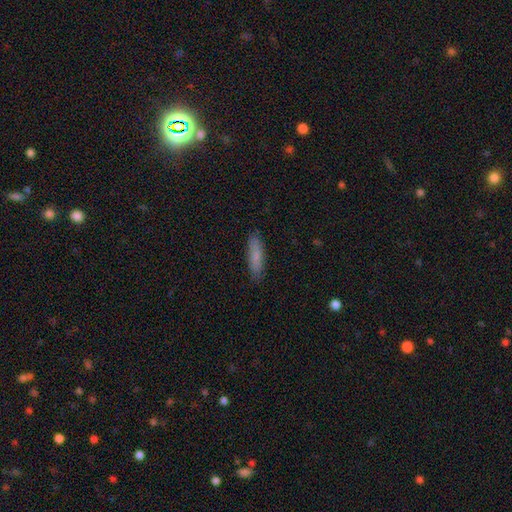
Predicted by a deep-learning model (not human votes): Smooth or featured? Predicted: smooth (p=0.77). How rounded? Predicted: cigar-shaped (p=0.70). Merging? Predicted: none (p=0.86).